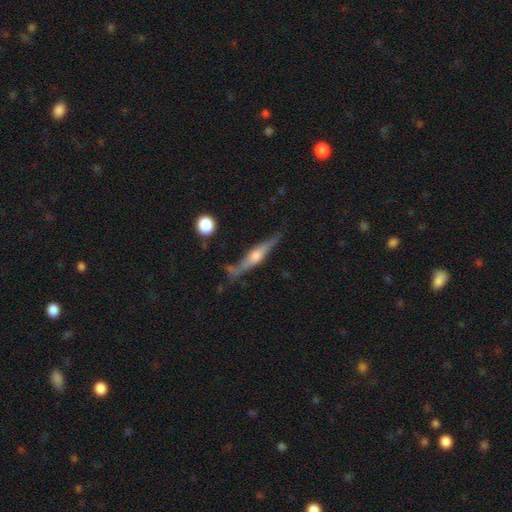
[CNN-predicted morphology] The model was most divided on "smooth or featured": featured or disk: 71%, smooth: 23%, star or artifact: 6%. More confident: edge-on disk — yes (93%); edge-on bulge — rounded (87%); merging — none (71%).